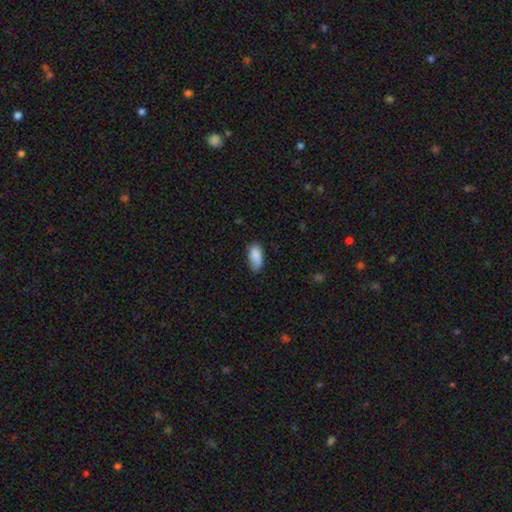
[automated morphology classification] type=smooth (88%); roundness=in between (91%); merging=none (67%).